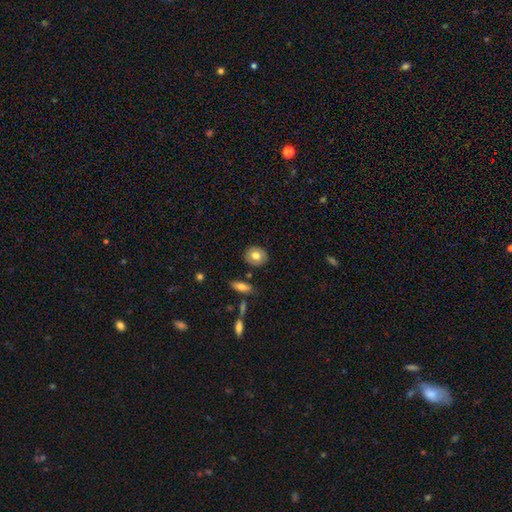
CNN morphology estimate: Smooth or featured: smooth — 72% (featured or disk — 20%)
How rounded: round — 65% (in between — 34%)
Merging: none — 85% (minor disturbance — 9%)